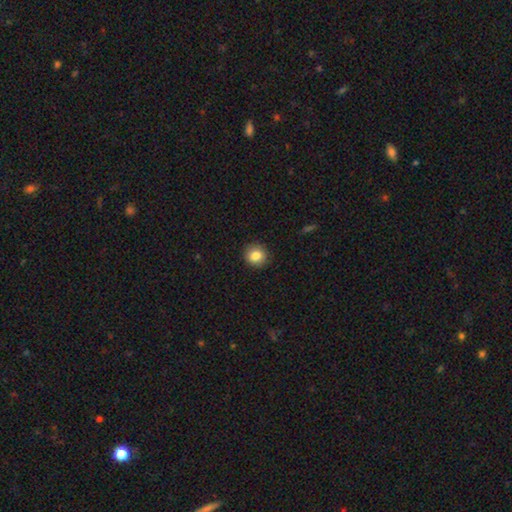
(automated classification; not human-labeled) This is clearly a smooth galaxy (85%). How rounded: clearly round (90%). Merging: clearly none (90%).